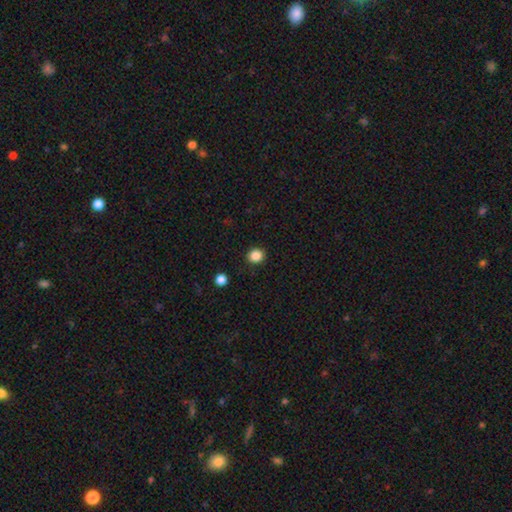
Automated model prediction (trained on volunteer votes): A smooth galaxy with no disk features (86%) that is round (85%). Merging: none (91%).